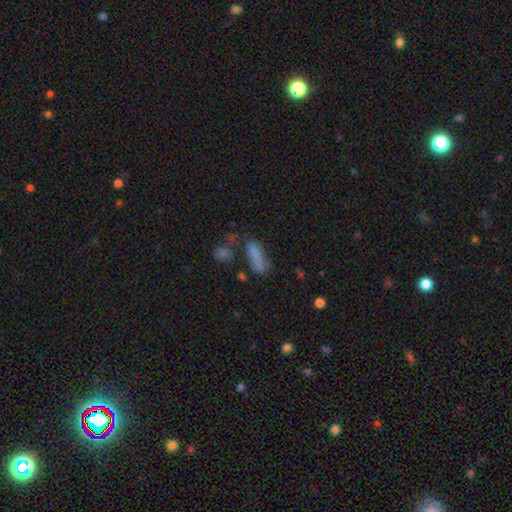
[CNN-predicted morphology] A smooth galaxy with no disk features (74%) that is in between round and cigar-shaped (50%).

Vote fractions:
- Smooth or featured? smooth: 74% / star or artifact: 14% / featured or disk: 13%
- How rounded? in between: 50% / cigar-shaped: 46% / round: 4%
- Merging? none: 44% / merger: 21% / minor disturbance: 20% / major disturbance: 15%